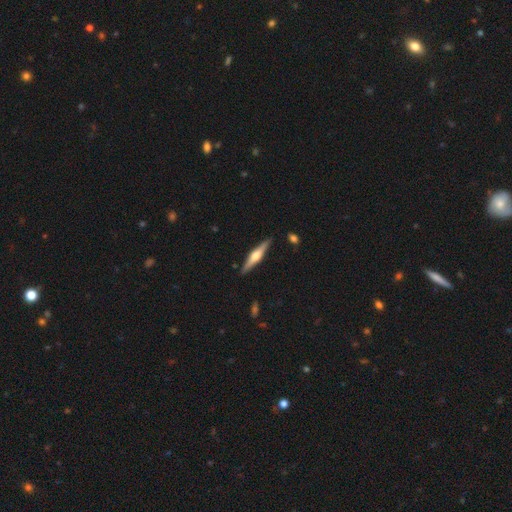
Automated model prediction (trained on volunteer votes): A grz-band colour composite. It shows a featured or disk galaxy (69%) viewed edge-on (97%) with a rounded central bulge (90%). Merging: none (89%).